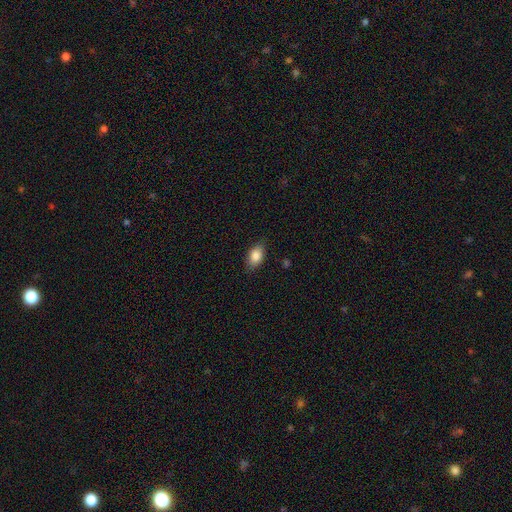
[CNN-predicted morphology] Smooth or featured? Predicted: smooth (p=0.85). How rounded? Predicted: in between (p=0.88). Merging? Predicted: none (p=0.84).